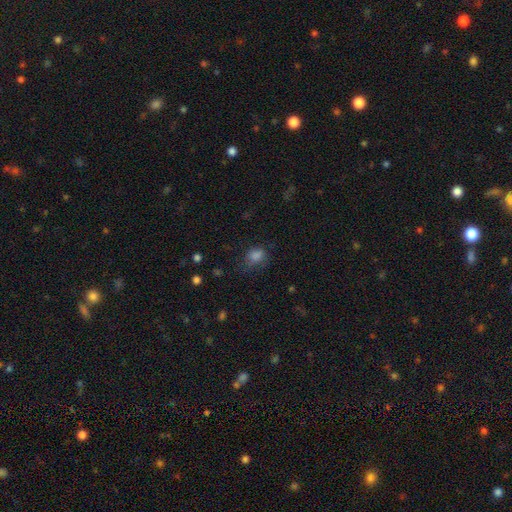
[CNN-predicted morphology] smooth_or_featured: smooth (p=0.79) [alt: star or artifact p=0.13]
how_rounded: in between (p=0.63) [alt: round p=0.35]
merging: none (p=0.51) [alt: minor disturbance p=0.29]